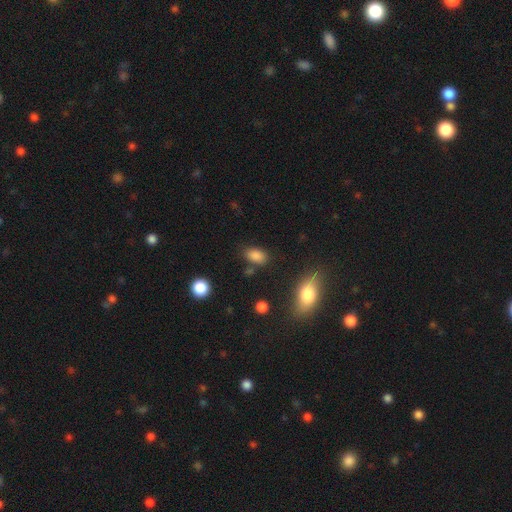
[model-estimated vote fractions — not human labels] The model was most divided on "merging": none: 76%, minor disturbance: 14%, merger: 5%, major disturbance: 4%. More confident: how rounded — in between (87%); smooth or featured — smooth (83%).